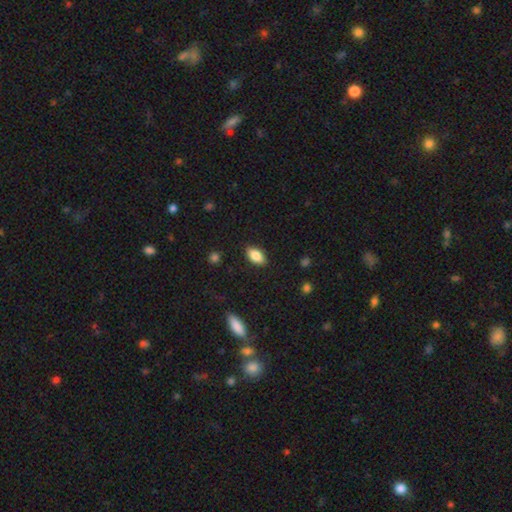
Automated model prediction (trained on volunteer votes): Q: Smooth or featured?
A: smooth (84%); runner-up: featured or disk (8%)
Q: How rounded?
A: in between (90%); runner-up: cigar-shaped (5%)
Q: Merging?
A: none (87%); runner-up: minor disturbance (9%)